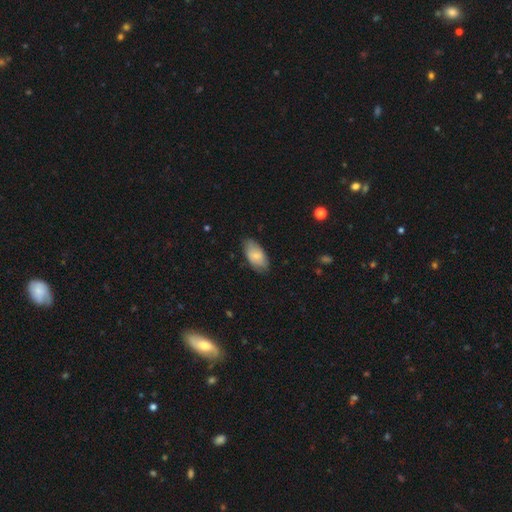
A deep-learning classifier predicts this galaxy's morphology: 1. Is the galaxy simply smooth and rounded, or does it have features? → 73% smooth, 21% featured or disk, 6% star or artifact.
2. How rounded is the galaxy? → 94% in between, 3% round, 3% cigar-shaped.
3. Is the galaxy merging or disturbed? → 76% none, 20% minor disturbance, 3% major disturbance, 1% merger.